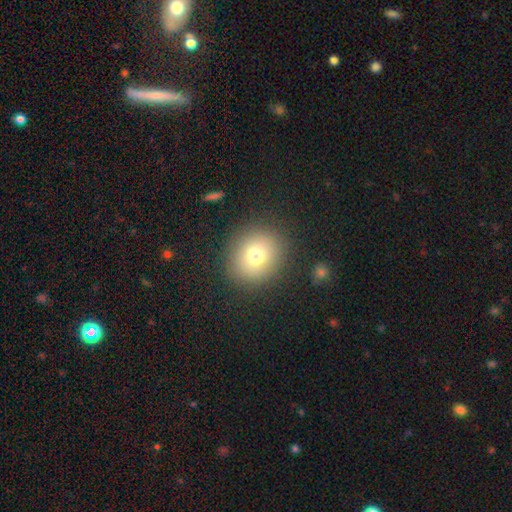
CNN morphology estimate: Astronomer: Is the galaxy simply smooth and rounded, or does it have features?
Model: smooth — 74%.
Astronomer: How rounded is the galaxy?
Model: round — 78%.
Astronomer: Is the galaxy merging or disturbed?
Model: none — 87%.